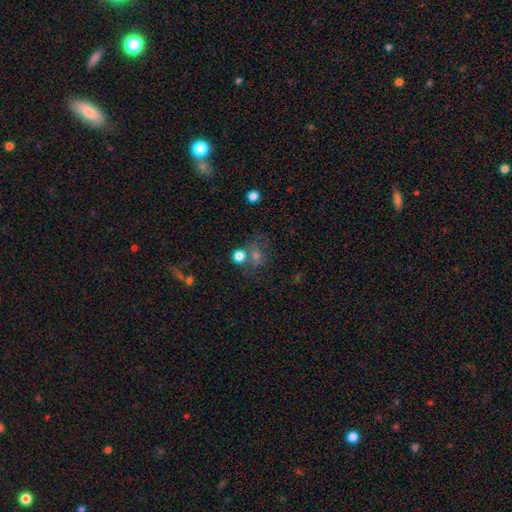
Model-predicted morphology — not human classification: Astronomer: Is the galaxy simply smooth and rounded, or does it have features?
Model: smooth — 46% (runner-up: star or artifact, 33%).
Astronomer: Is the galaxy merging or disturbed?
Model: none — 52%.